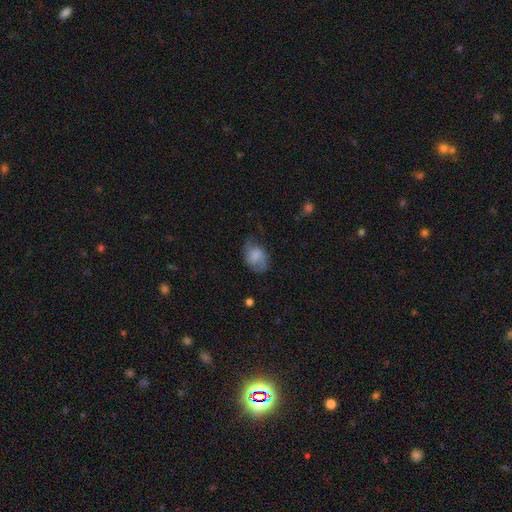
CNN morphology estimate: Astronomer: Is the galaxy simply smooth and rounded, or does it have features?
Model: smooth — 59%.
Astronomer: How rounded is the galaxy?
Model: in between — 70%.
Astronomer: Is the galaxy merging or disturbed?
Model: none — 52% (runner-up: minor disturbance, 30%).